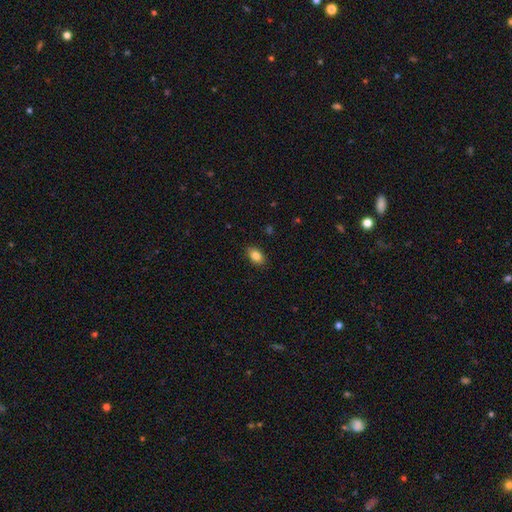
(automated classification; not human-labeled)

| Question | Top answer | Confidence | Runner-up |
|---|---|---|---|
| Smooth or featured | smooth | 86% | star or artifact (8%) |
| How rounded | in between | 88% | round (10%) |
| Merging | none | 88% | minor disturbance (9%) |